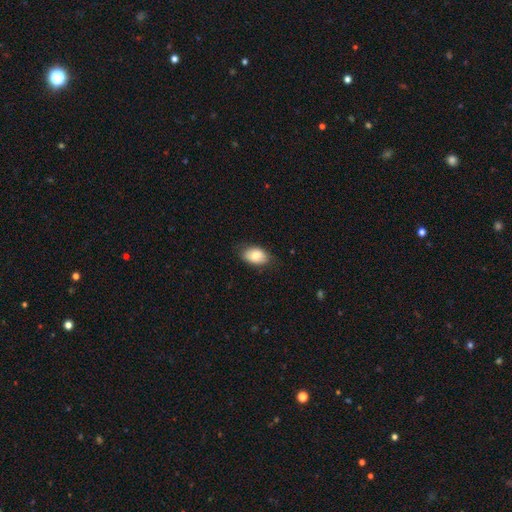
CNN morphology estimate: Q: Smooth or featured?
A: smooth (80%); runner-up: featured or disk (13%)
Q: How rounded?
A: in between (87%); runner-up: round (11%)
Q: Merging?
A: none (80%); runner-up: minor disturbance (16%)